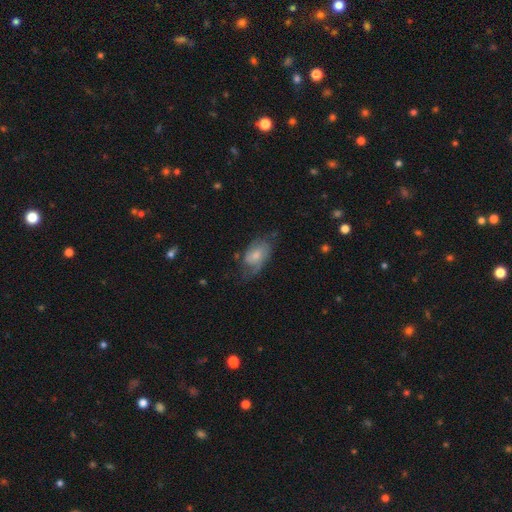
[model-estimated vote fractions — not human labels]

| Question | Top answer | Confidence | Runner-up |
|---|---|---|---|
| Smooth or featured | featured or disk | 50% | smooth (42%) |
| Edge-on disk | no | 95% | yes (5%) |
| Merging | none | 45% | minor disturbance (31%) |